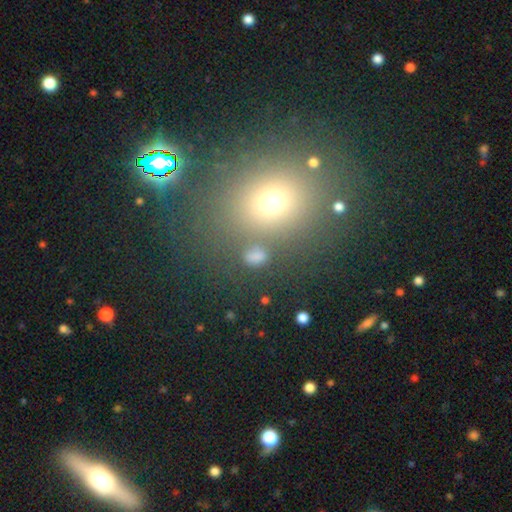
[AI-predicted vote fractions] smooth 58%, star or artifact 33%, featured or disk 9%. Down the decision tree: how rounded — round (74%); merging — none (78%).